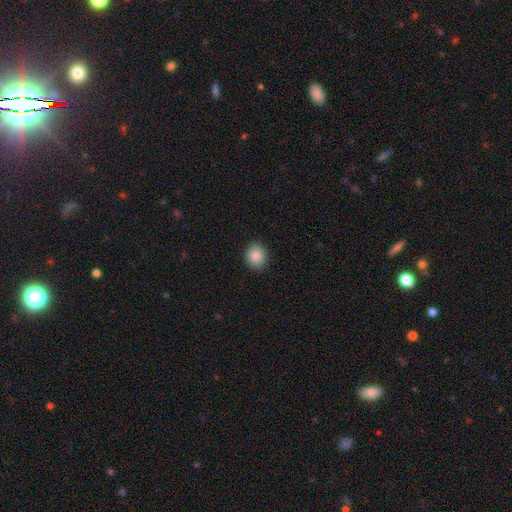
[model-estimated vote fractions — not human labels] Smooth or featured?
  - smooth: 88% *
  - star or artifact: 8%
  - featured or disk: 4%
How rounded?
  - round: 68% *
  - in between: 31%
  - cigar-shaped: 1%
Merging?
  - none: 89% *
  - minor disturbance: 8%
  - major disturbance: 2%
  - merger: 1%